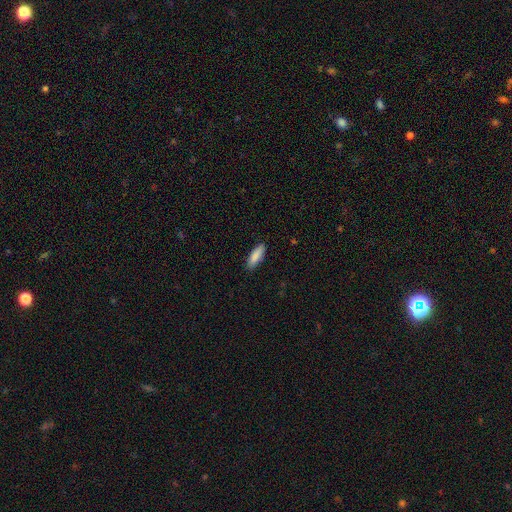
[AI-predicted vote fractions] The model was most divided on "how rounded": in between: 55%, cigar-shaped: 44%, round: 1%. More confident: smooth or featured — smooth (88%); merging — none (87%).